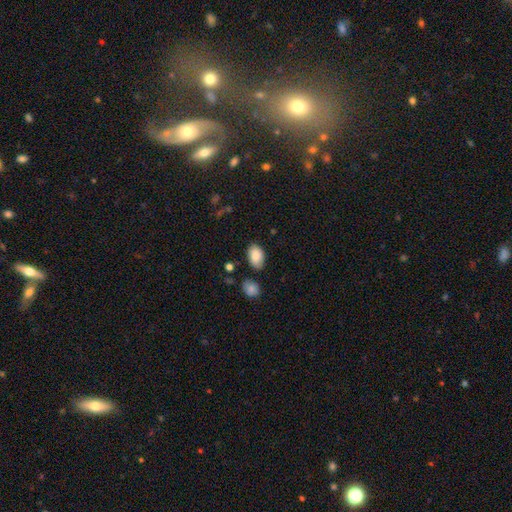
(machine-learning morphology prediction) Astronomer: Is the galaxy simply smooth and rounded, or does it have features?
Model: smooth — 86%.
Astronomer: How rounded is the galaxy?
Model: in between — 91%.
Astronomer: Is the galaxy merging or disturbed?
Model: none — 76%.